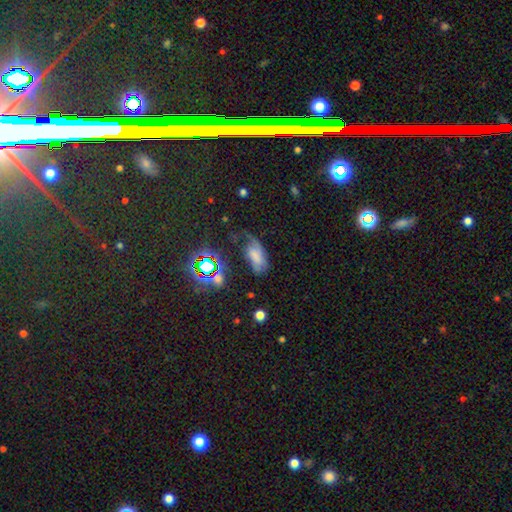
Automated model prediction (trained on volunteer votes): Q: Smooth or featured?
A: smooth (55%); runner-up: featured or disk (28%)
Q: How rounded?
A: in between (90%); runner-up: cigar-shaped (5%)
Q: Merging?
A: none (33%); runner-up: major disturbance (32%)